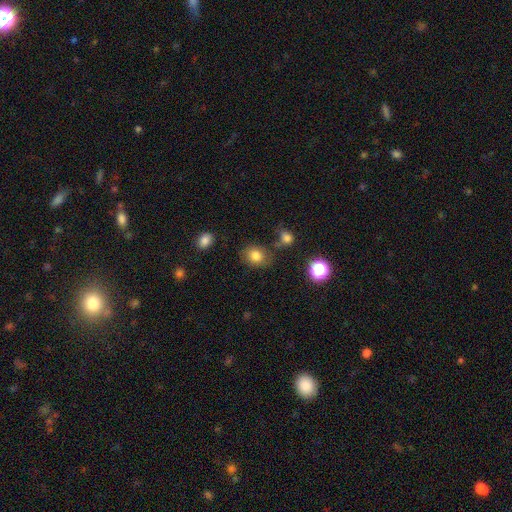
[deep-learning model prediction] smooth 80%, star or artifact 12%, featured or disk 8%. Down the decision tree: how rounded — round (63%); merging — none (72%).